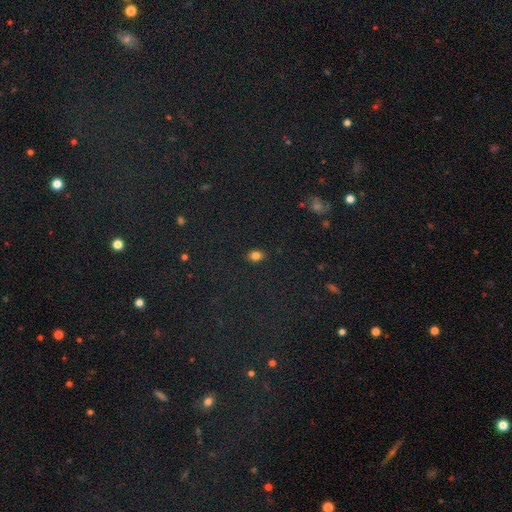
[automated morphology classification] Smooth or featured: smooth — 81% (star or artifact — 12%)
How rounded: in between — 66% (round — 32%)
Merging: none — 88% (minor disturbance — 9%)